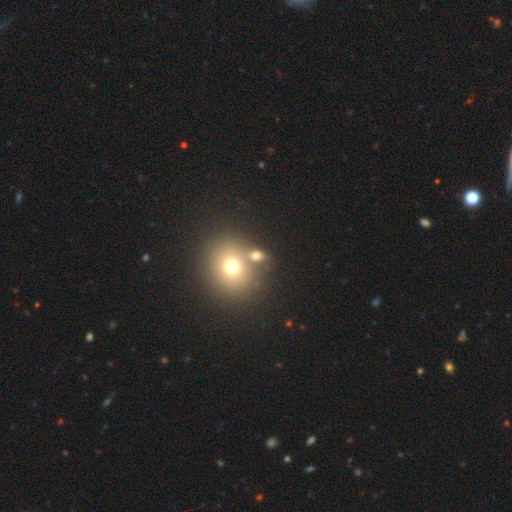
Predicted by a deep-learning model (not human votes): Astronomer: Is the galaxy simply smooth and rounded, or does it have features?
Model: smooth — 70%.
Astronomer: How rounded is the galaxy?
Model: round — 62%.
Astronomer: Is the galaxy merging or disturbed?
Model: none — 58%.